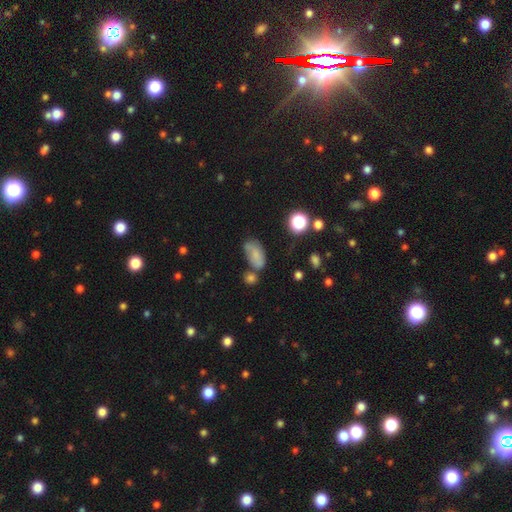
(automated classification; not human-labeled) Smooth or featured?
  - smooth: 62% *
  - featured or disk: 24%
  - star or artifact: 14%
How rounded?
  - in between: 89% *
  - round: 8%
  - cigar-shaped: 3%
Merging?
  - none: 41% *
  - minor disturbance: 26%
  - merger: 19%
  - major disturbance: 14%